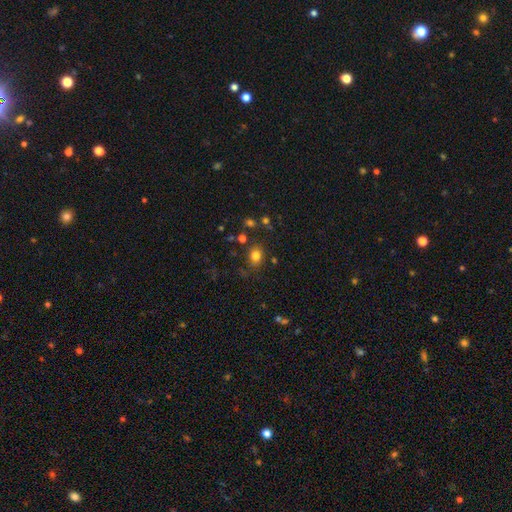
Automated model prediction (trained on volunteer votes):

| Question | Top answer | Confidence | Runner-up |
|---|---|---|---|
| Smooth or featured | smooth | 79% | star or artifact (14%) |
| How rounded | round | 57% | in between (42%) |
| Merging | none | 78% | minor disturbance (13%) |